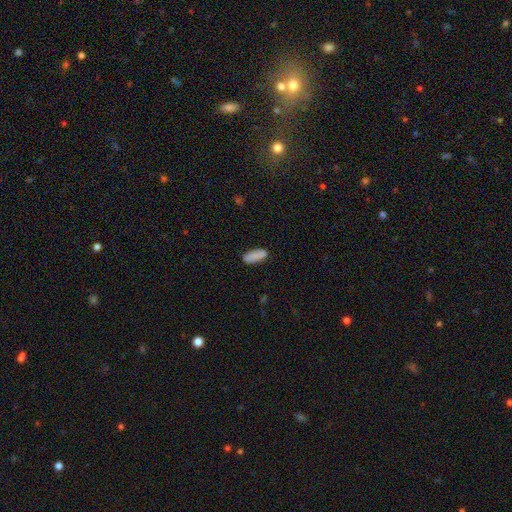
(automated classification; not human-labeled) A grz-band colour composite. It shows a smooth galaxy with no disk features (86%) that is in between round and cigar-shaped (79%). Merging: none (83%).